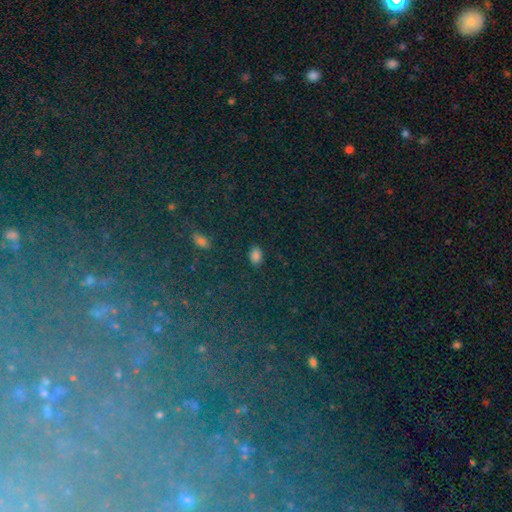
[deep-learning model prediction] Smooth or featured? Predicted: smooth (p=0.78). How rounded? Predicted: in between (p=0.82). Merging? Predicted: none (p=0.87).